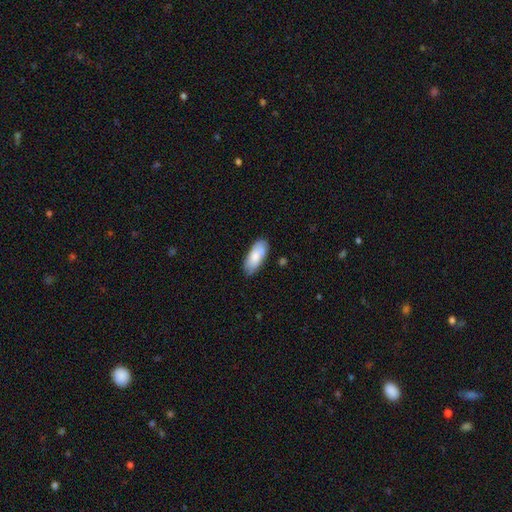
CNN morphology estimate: smooth_or_featured: smooth (p=0.73) [alt: featured or disk p=0.21]
how_rounded: in between (p=0.86) [alt: cigar-shaped p=0.12]
merging: none (p=0.72) [alt: minor disturbance p=0.20]